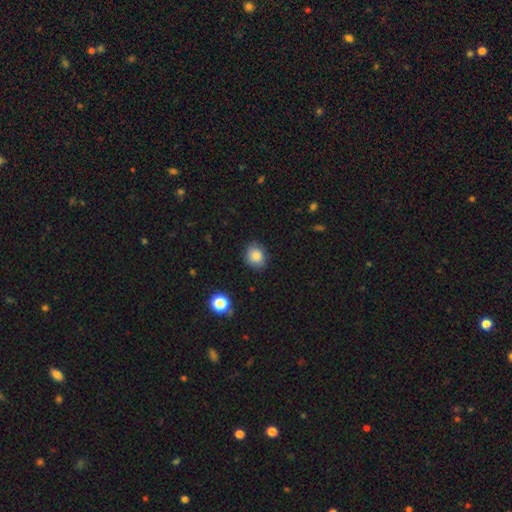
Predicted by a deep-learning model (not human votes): A smooth galaxy with no disk features (84%) that is round (68%). Merging: none (84%).